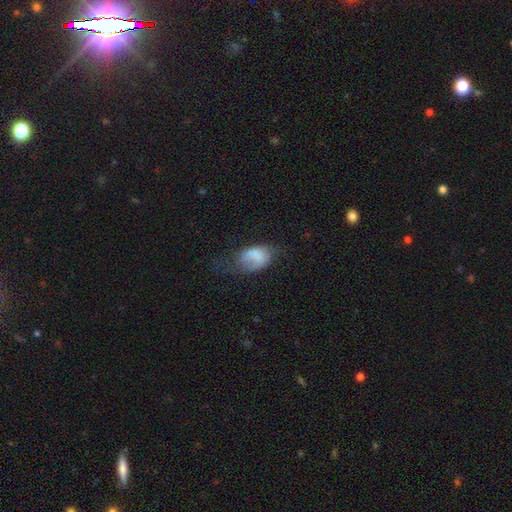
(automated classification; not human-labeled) The model was most divided on "merging": major disturbance: 32%, minor disturbance: 31%, none: 29%, merger: 8%. More confident: how rounded — in between (83%); smooth or featured — smooth (69%).